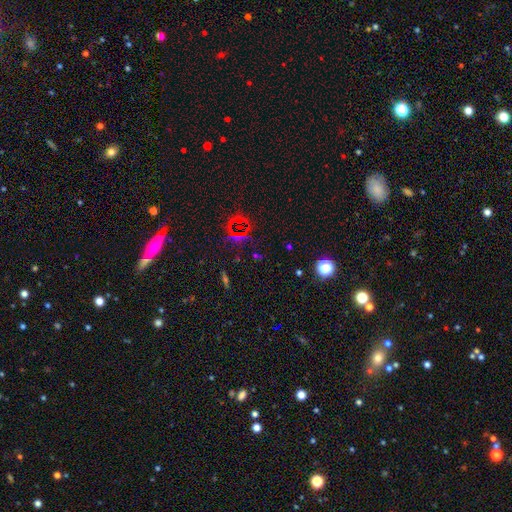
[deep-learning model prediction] Q: Smooth or featured?
A: star or artifact (65%); runner-up: smooth (25%)